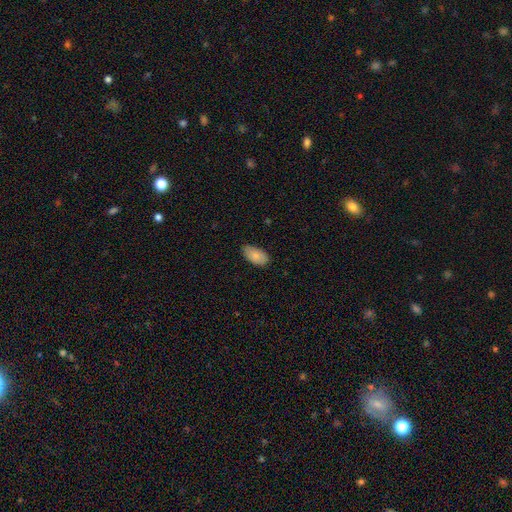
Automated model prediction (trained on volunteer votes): smooth-or-featured: smooth: 83% | featured or disk: 10% | star or artifact: 7%
  how-rounded: in between: 94% | round: 3% | cigar-shaped: 2%
  merging: none: 74% | minor disturbance: 22% | major disturbance: 3% | merger: 1%